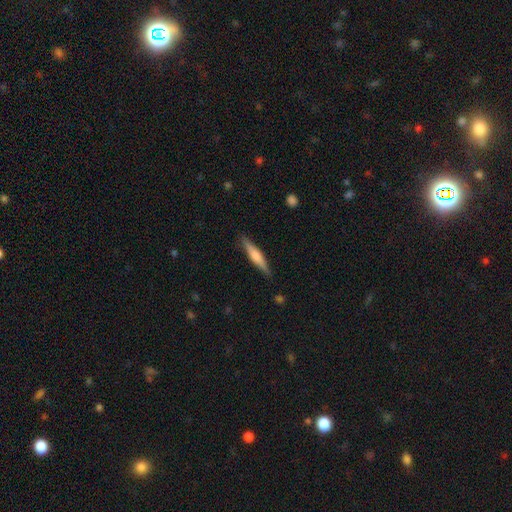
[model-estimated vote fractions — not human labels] This appears to be a smooth galaxy with no disk features (52%) that is cigar-shaped (88%). Merging: none (88%).